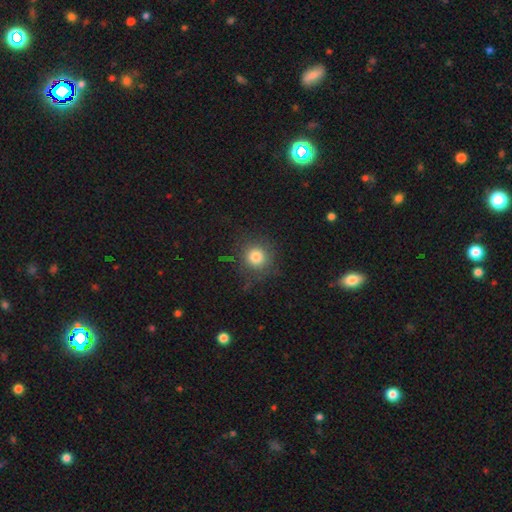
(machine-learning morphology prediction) type=smooth (79%); roundness=round (93%); merging=none (79%).